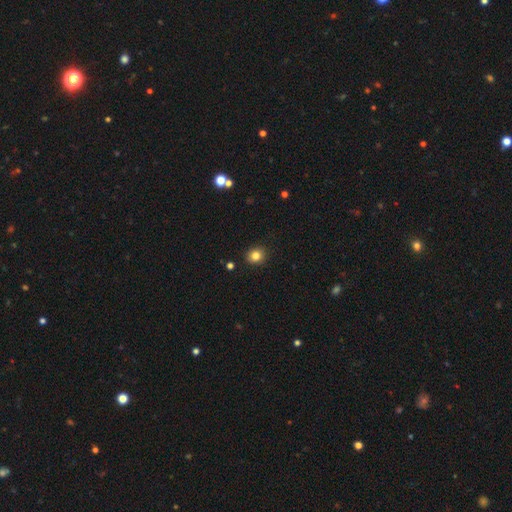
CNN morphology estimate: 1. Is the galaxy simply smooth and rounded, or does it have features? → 82% smooth, 12% star or artifact, 6% featured or disk.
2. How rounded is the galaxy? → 78% round, 22% in between, 1% cigar-shaped.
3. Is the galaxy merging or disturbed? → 90% none, 7% minor disturbance, 2% major disturbance, 1% merger.